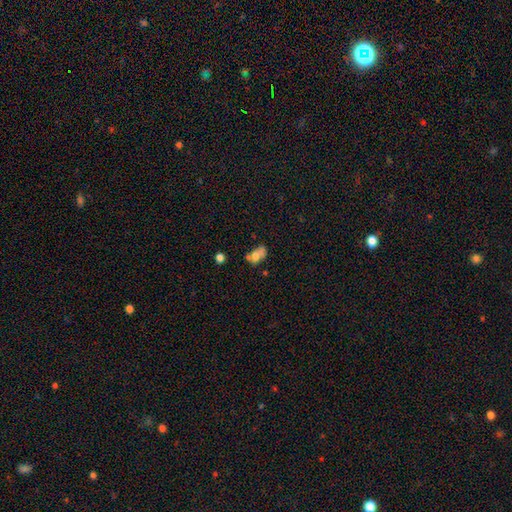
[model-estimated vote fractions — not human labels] smooth_or_featured: smooth (p=0.60) [alt: featured or disk p=0.28]
how_rounded: in between (p=0.79) [alt: round p=0.18]
merging: merger (p=0.33) [alt: none p=0.31]